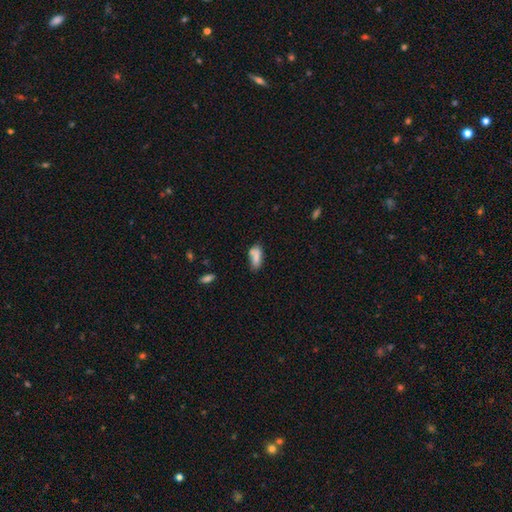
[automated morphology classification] type=smooth (76%); roundness=in between (76%); merging=none (45%).